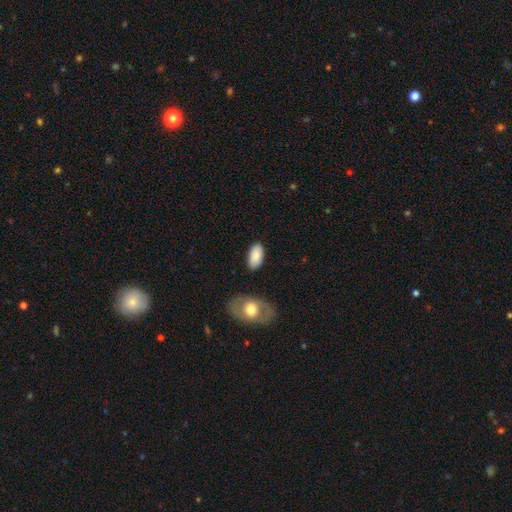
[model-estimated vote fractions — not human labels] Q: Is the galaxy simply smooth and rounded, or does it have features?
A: smooth — 83%.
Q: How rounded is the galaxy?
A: in between — 94%.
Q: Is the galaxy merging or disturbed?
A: none — 83%.